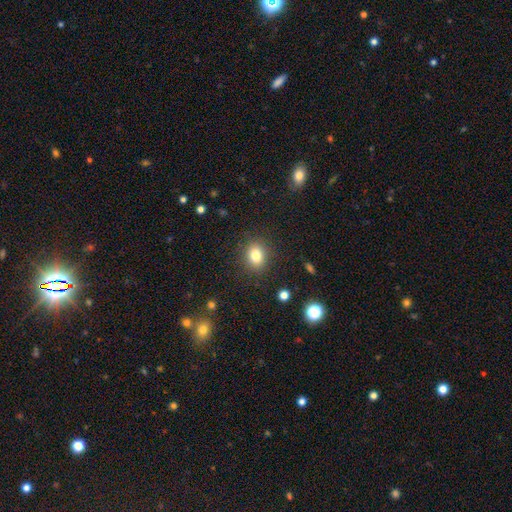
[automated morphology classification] This appears to be a smooth galaxy with no disk features (82%) that is in between round and cigar-shaped (51%). Merging: none (87%).